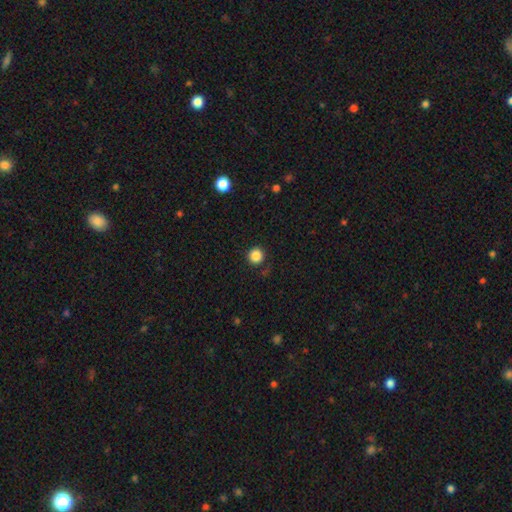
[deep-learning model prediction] A smooth galaxy with no disk features (86%) that is round (94%). Merging: none (89%).